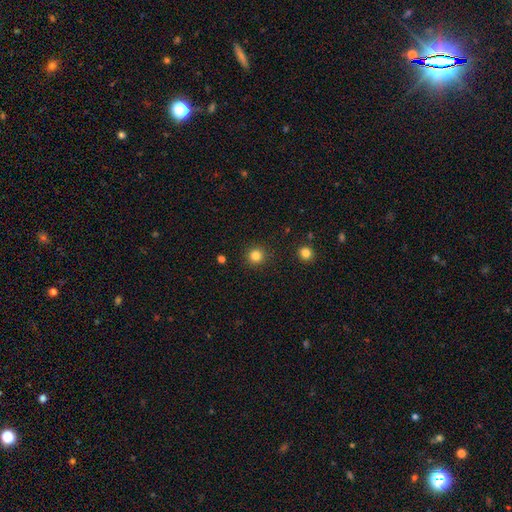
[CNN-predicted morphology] A smooth galaxy with no disk features (82%) that is round (94%). Merging: none (91%).